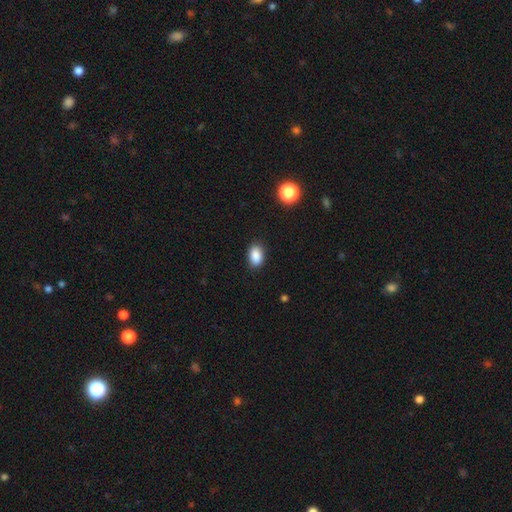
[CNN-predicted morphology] Q: Smooth or featured?
A: smooth (88%); runner-up: star or artifact (9%)
Q: How rounded?
A: in between (85%); runner-up: round (13%)
Q: Merging?
A: none (87%); runner-up: minor disturbance (10%)